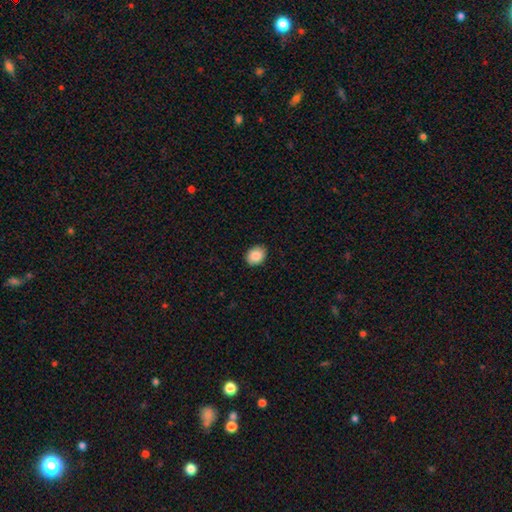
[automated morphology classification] Smooth or featured? Predicted: smooth (p=0.89). How rounded? Predicted: in between (p=0.55). Merging? Predicted: none (p=0.89).